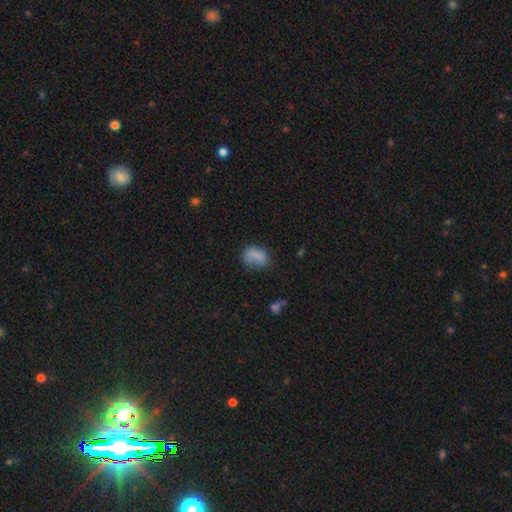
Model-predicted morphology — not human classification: This appears to be a smooth galaxy with no disk features (76%) that is in between round and cigar-shaped (76%). Merging: none (50%).